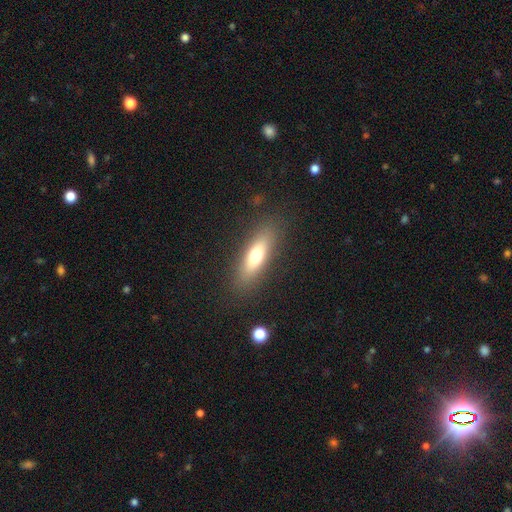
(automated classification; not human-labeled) Overall: smooth (67%). How rounded: cigar-shaped (56%; in between 41%). Merging: none (86%).